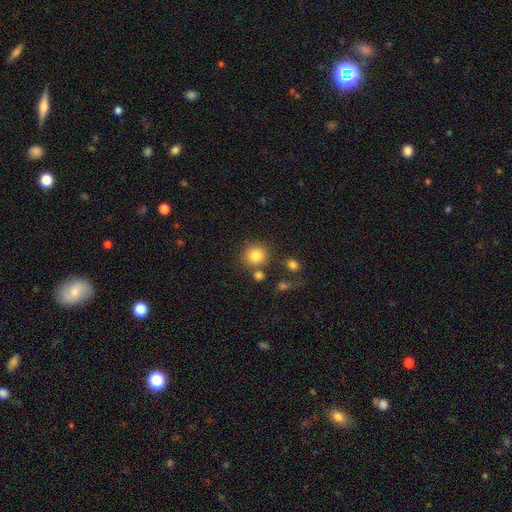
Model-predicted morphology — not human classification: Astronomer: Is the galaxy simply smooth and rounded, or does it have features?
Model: smooth — 83%.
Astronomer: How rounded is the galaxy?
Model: round — 90%.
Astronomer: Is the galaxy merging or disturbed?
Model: none — 75%.